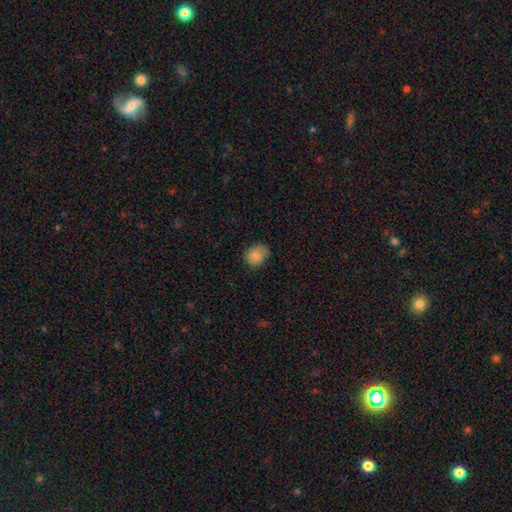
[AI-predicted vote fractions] Smooth or featured? Predicted: smooth (p=0.84). How rounded? Predicted: round (p=0.63). Merging? Predicted: none (p=0.64).